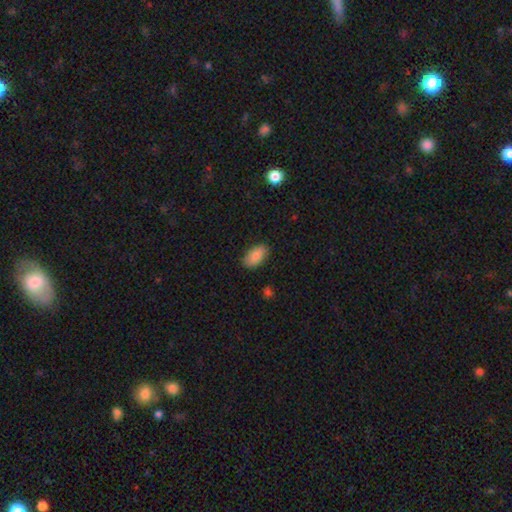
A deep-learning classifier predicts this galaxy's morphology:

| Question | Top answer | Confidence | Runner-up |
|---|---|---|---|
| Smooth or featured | smooth | 84% | featured or disk (9%) |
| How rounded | in between | 93% | round (4%) |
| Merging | none | 86% | minor disturbance (10%) |